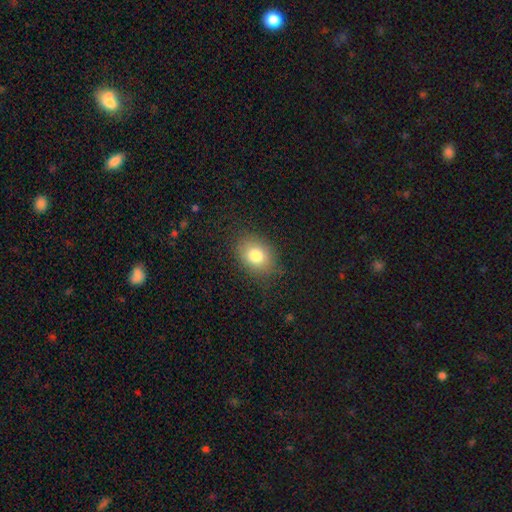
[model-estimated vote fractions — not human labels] A smooth galaxy with no disk features (80%) that is in between round and cigar-shaped (62%). Merging: none (80%).